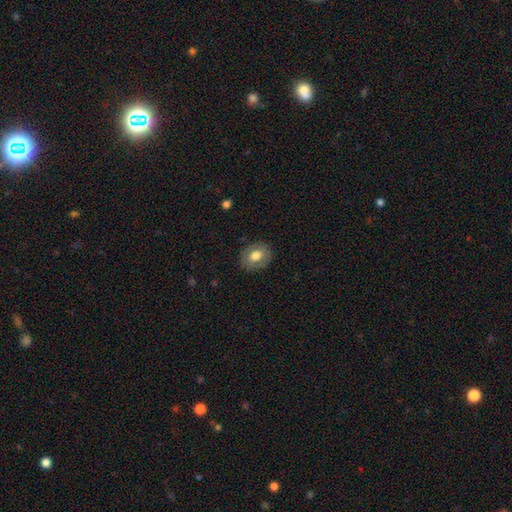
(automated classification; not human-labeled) Overall: smooth (67%). How rounded: in between (55%; round 44%). Merging: none (85%).